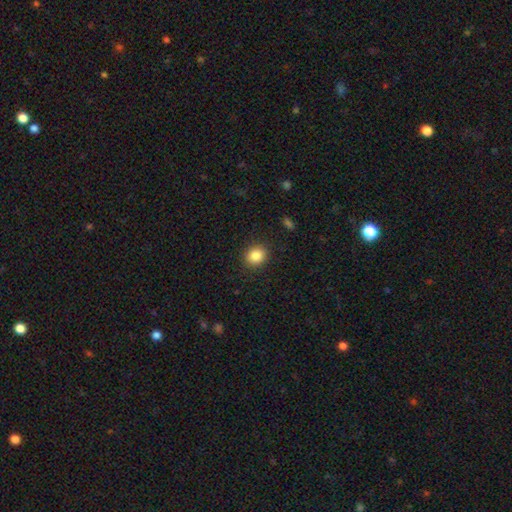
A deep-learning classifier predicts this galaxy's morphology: smooth-or-featured: smooth: 85% | star or artifact: 10% | featured or disk: 5%
  how-rounded: round: 71% | in between: 28% | cigar-shaped: 1%
  merging: none: 89% | minor disturbance: 7% | major disturbance: 2% | merger: 1%